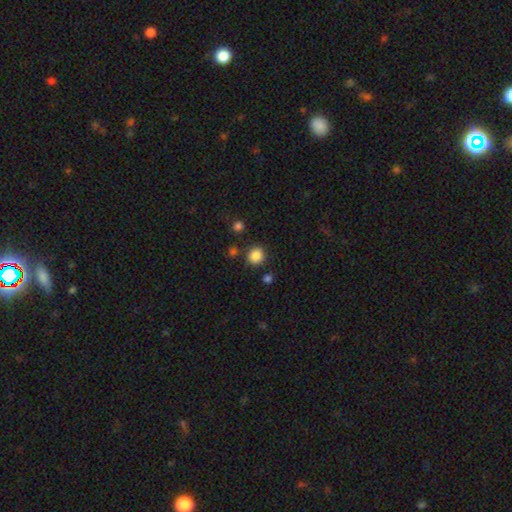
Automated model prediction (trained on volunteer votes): A smooth galaxy with no disk features (86%) that is round (89%).

Vote fractions:
- Smooth or featured? smooth: 86% / star or artifact: 11% / featured or disk: 3%
- How rounded? round: 89% / in between: 10% / cigar-shaped: 1%
- Merging? none: 85% / minor disturbance: 8% / merger: 4% / major disturbance: 3%